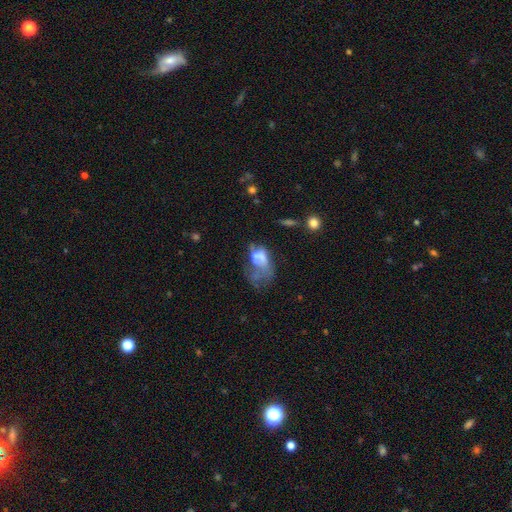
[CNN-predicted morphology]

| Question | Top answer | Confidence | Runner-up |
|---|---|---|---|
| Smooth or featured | smooth | 46% | featured or disk (42%) |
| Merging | major disturbance | 48% | merger (23%) |